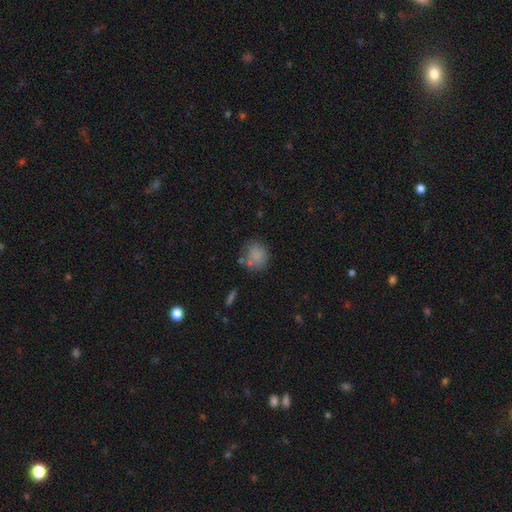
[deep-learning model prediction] Smooth or featured: smooth — 79% (featured or disk — 11%)
How rounded: round — 82% (in between — 16%)
Merging: none — 64% (minor disturbance — 18%)